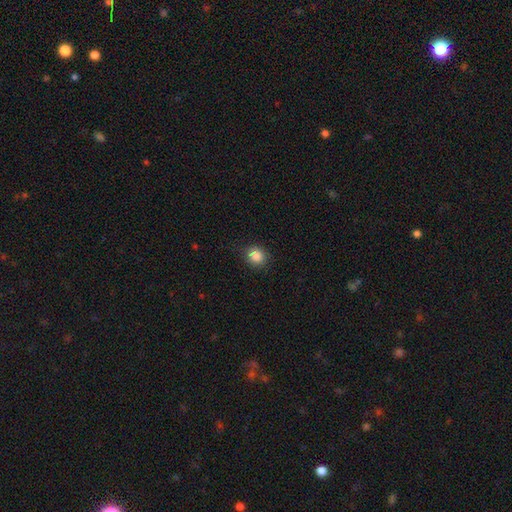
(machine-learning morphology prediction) The model was most divided on "how rounded": round: 67%, in between: 31%, cigar-shaped: 1%. More confident: smooth or featured — smooth (84%); merging — none (74%).